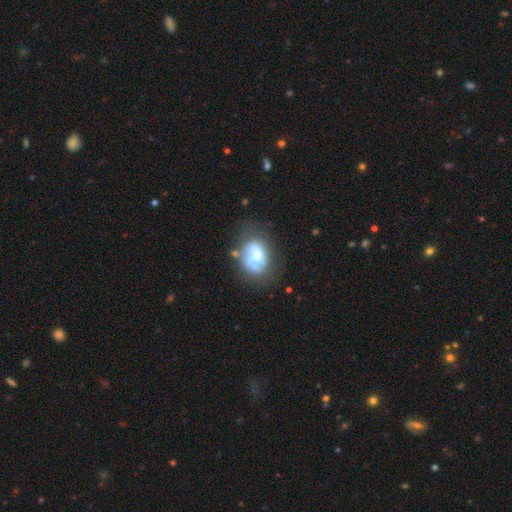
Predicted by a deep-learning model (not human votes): Smooth or featured: smooth — 47% (featured or disk — 45%)
Merging: none — 38% (minor disturbance — 26%)